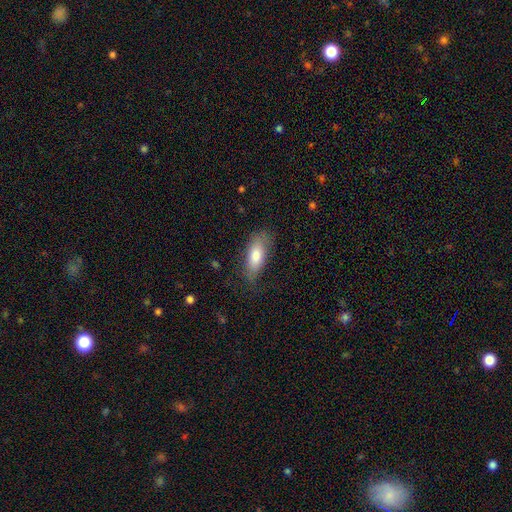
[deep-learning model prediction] Morphology: type=smooth (80%); roundness=in between (81%); merging=none (70%).